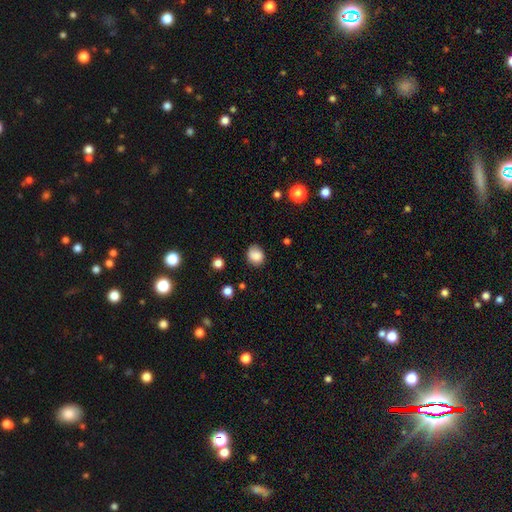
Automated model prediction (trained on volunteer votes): Smooth or featured: smooth — 84% (star or artifact — 10%)
How rounded: round — 63% (in between — 36%)
Merging: none — 73% (minor disturbance — 21%)